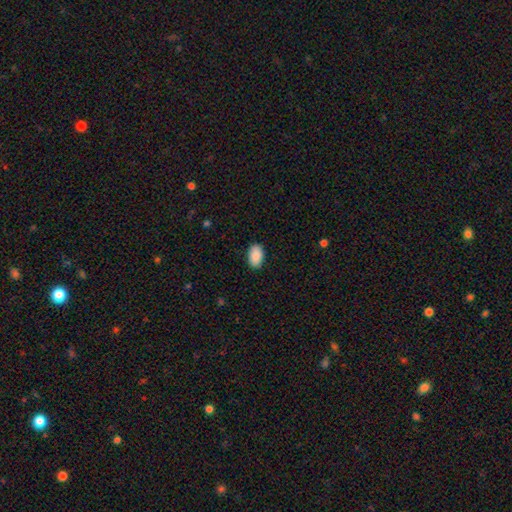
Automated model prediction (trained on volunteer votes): The model was most divided on "merging": none: 89%, minor disturbance: 8%, major disturbance: 2%, merger: 1%. More confident: how rounded — in between (93%); smooth or featured — smooth (90%).